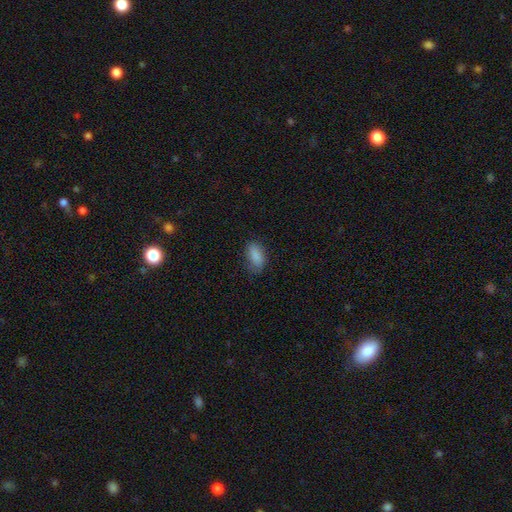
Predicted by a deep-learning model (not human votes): The model was most divided on "merging": none: 70%, minor disturbance: 23%, major disturbance: 6%, merger: 1%. More confident: how rounded — in between (91%); smooth or featured — smooth (87%).